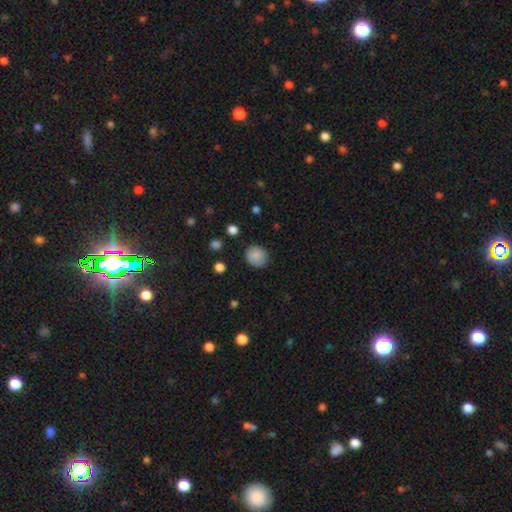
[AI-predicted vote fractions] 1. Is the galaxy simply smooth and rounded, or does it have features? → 86% smooth, 9% star or artifact, 5% featured or disk.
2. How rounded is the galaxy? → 84% round, 15% in between, 1% cigar-shaped.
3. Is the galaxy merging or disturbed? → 84% none, 12% minor disturbance, 3% major disturbance, 1% merger.